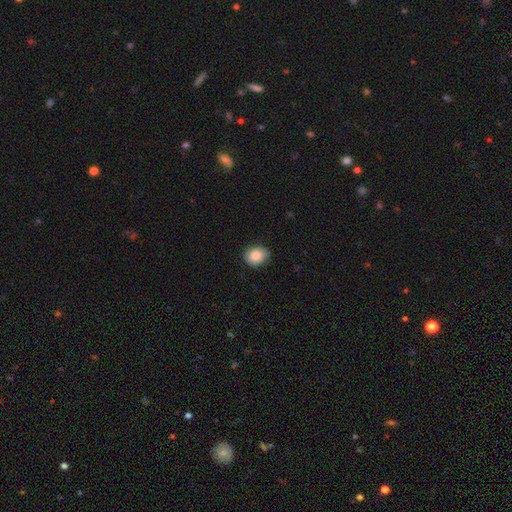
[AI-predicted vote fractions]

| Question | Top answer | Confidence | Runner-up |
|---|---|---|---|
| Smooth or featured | smooth | 85% | featured or disk (7%) |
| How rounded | round | 51% | in between (48%) |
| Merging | none | 80% | minor disturbance (17%) |